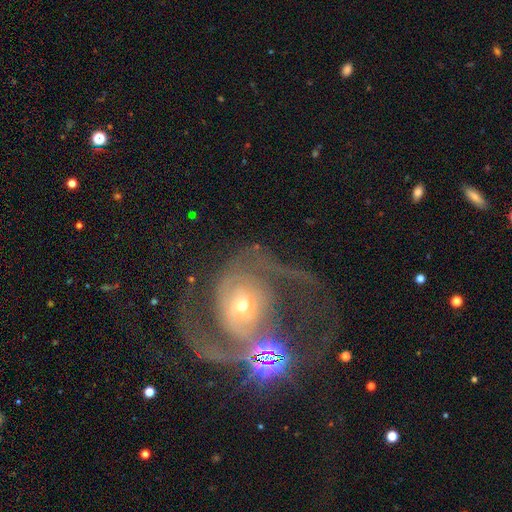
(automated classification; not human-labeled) Smooth or featured?
  - featured or disk: 84% *
  - star or artifact: 9%
  - smooth: 7%
Edge-on disk?
  - no: 97% *
  - yes: 3%
Bar?
  - no: 57% *
  - weak: 27%
  - strong: 16%
Spiral arms?
  - yes: 94% *
  - no: 6%
Spiral winding?
  - medium: 49% *
  - loose: 26%
  - tight: 25%
Spiral arm count?
  - 2: 82% *
  - can't tell: 7%
  - 3: 4%
  - 1: 3%
  - 4: 2%
  - more than 4: 2%
Bulge size?
  - small: 66% *
  - moderate: 29%
  - large: 3%
  - none: 1%
  - dominant: 1%
Merging?
  - none: 52% *
  - major disturbance: 24%
  - minor disturbance: 15%
  - merger: 9%